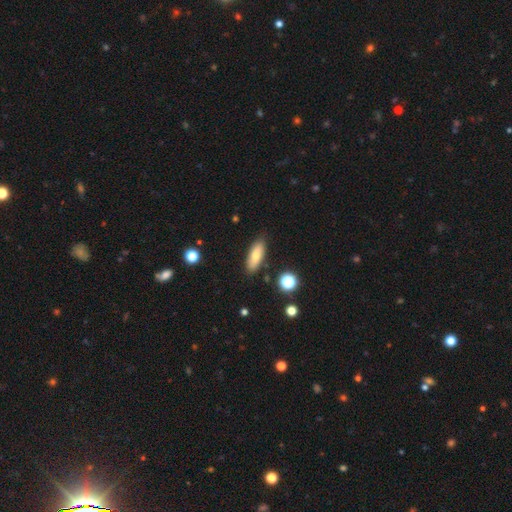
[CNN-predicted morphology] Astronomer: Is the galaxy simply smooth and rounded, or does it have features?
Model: smooth — 75%.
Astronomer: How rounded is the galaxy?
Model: in between — 68%.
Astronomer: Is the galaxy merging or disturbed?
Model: none — 85%.